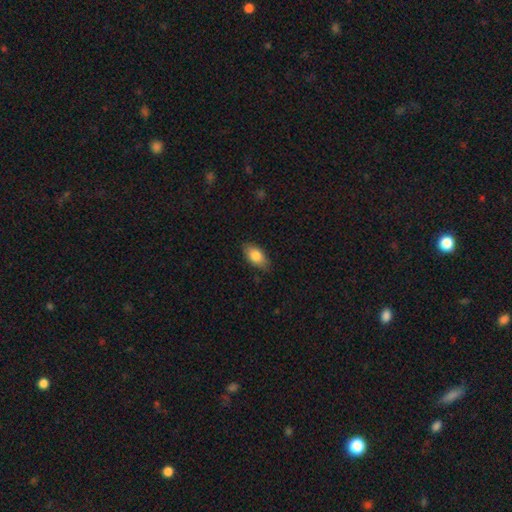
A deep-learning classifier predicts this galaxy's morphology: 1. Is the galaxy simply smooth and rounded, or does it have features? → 82% smooth, 12% featured or disk, 7% star or artifact.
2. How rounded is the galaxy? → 91% in between, 4% cigar-shaped, 4% round.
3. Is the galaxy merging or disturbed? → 84% none, 12% minor disturbance, 2% major disturbance, 1% merger.